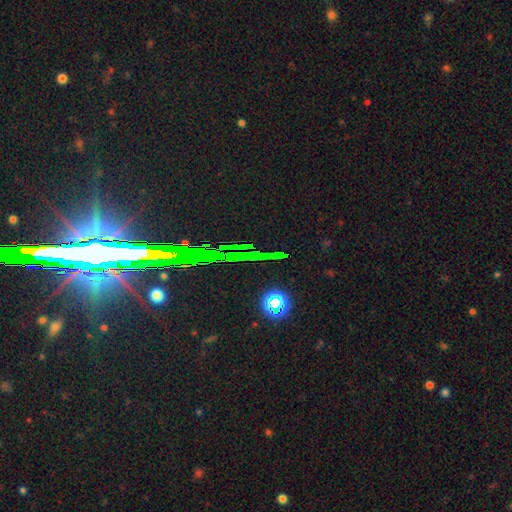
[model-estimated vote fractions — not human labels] Smooth or featured?
  - star or artifact: 76% *
  - featured or disk: 14%
  - smooth: 10%